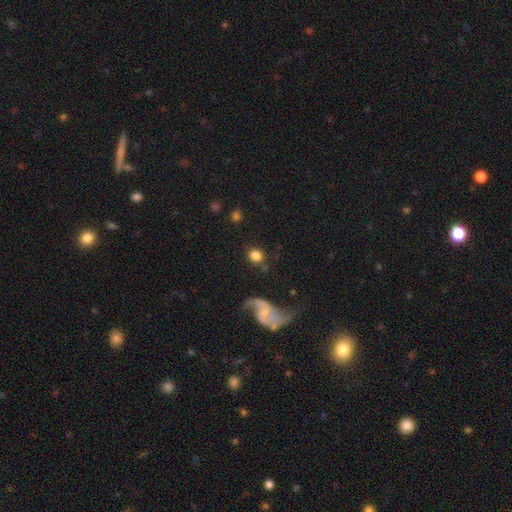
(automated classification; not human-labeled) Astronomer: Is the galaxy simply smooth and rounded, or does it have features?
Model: smooth — 75%.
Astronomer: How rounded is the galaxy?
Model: round — 80%.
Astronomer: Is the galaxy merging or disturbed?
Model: none — 74%.